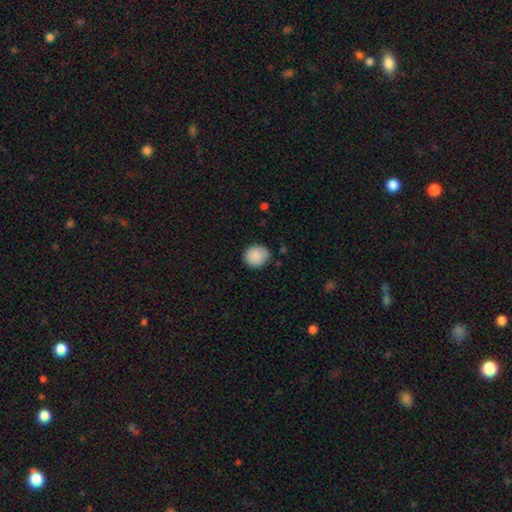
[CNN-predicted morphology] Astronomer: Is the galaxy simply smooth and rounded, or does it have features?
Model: smooth — 89%.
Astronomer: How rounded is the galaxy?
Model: round — 80%.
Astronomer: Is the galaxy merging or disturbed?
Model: none — 79%.